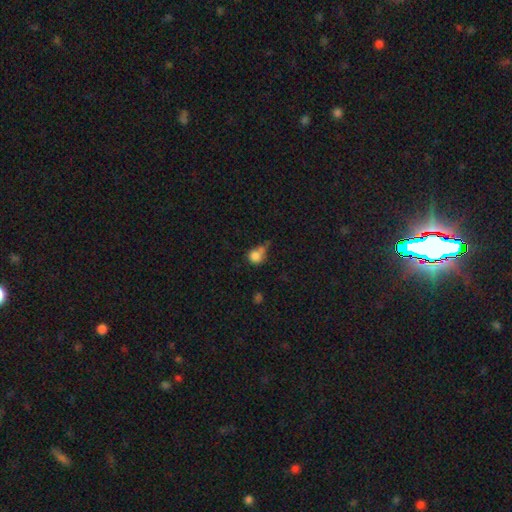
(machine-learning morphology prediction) This is likely a smooth galaxy (79%). How rounded: clearly round (81%). Merging: marginally none (37%).